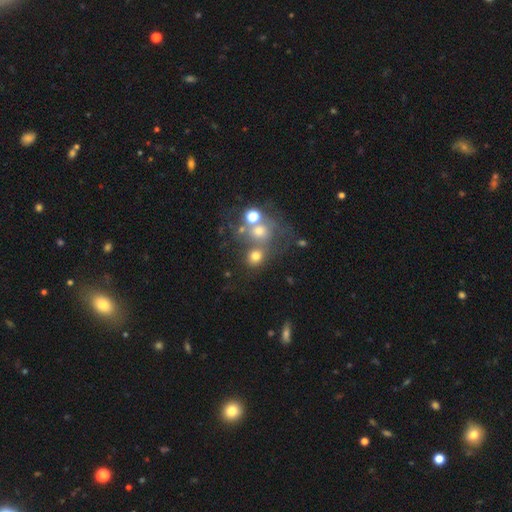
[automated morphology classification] Smooth or featured?
  - smooth: 64% *
  - star or artifact: 20%
  - featured or disk: 16%
How rounded?
  - round: 79% *
  - in between: 20%
  - cigar-shaped: 1%
Merging?
  - none: 48% *
  - merger: 34%
  - minor disturbance: 11%
  - major disturbance: 8%